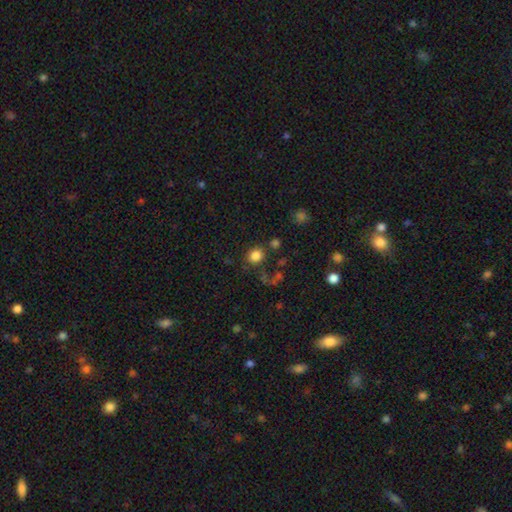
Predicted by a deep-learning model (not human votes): The model was most divided on "how rounded": round: 79%, in between: 20%, cigar-shaped: 1%. More confident: smooth or featured — smooth (82%); merging — none (76%).